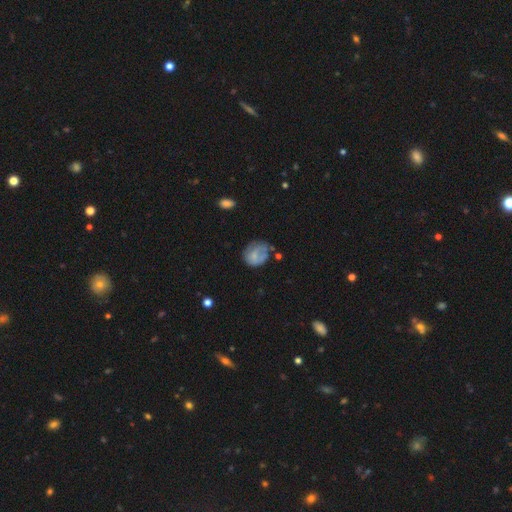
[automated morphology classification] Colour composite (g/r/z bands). It shows a smooth galaxy with no disk features (58%) that is round (66%). Merging: none (45%).